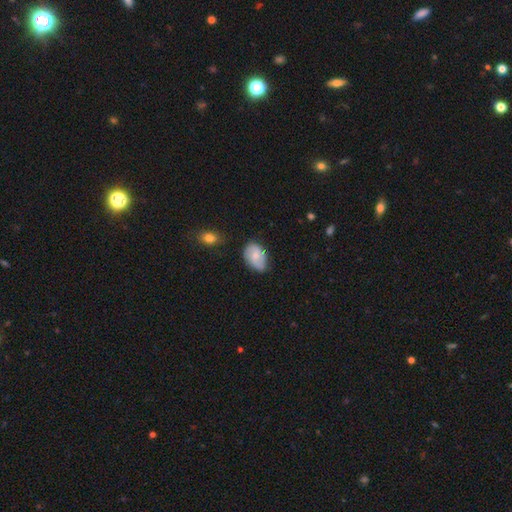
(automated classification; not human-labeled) Q: Smooth or featured?
A: smooth (55%); runner-up: featured or disk (38%)
Q: How rounded?
A: in between (84%); runner-up: round (15%)
Q: Merging?
A: none (64%); runner-up: minor disturbance (29%)